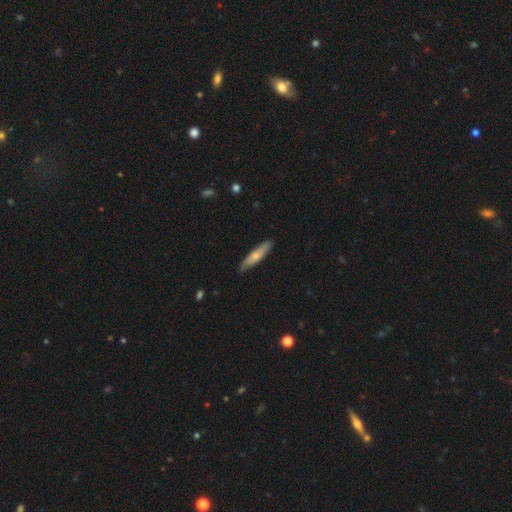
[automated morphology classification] Smooth or featured? smooth (63%)
How rounded? cigar-shaped (80%)
Merging? none (83%)